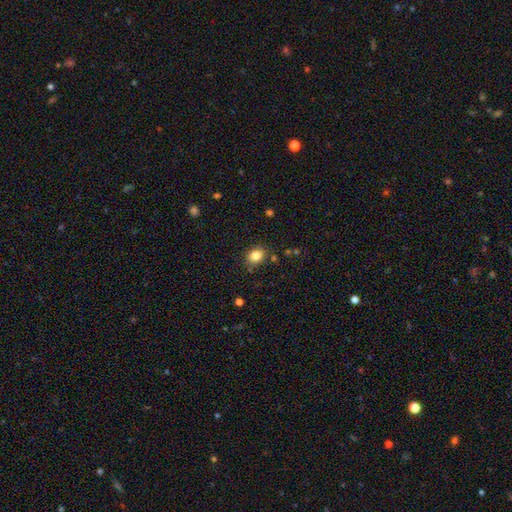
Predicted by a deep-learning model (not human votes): smooth_or_featured: smooth (p=0.84) [alt: star or artifact p=0.10]
how_rounded: in between (p=0.52) [alt: round p=0.47]
merging: none (p=0.83) [alt: minor disturbance p=0.11]